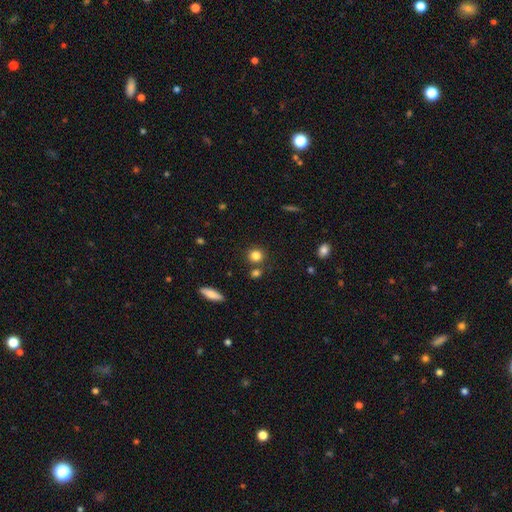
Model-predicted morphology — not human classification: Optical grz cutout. It shows a smooth galaxy with no disk features (82%) that is round (86%). Merging: none (77%).